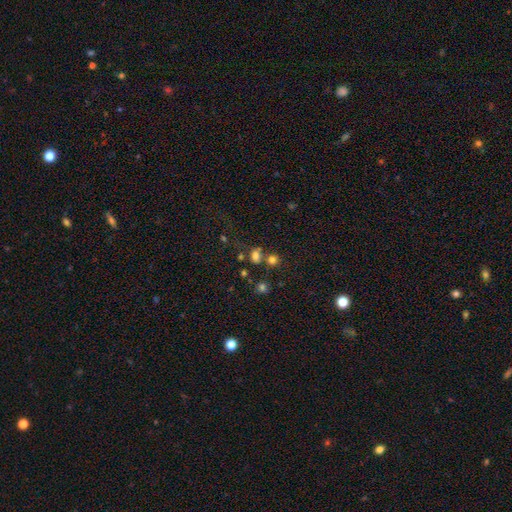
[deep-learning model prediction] Q: Smooth or featured?
A: smooth (71%); runner-up: star or artifact (20%)
Q: How rounded?
A: round (50%); runner-up: in between (48%)
Q: Merging?
A: none (51%); runner-up: merger (30%)